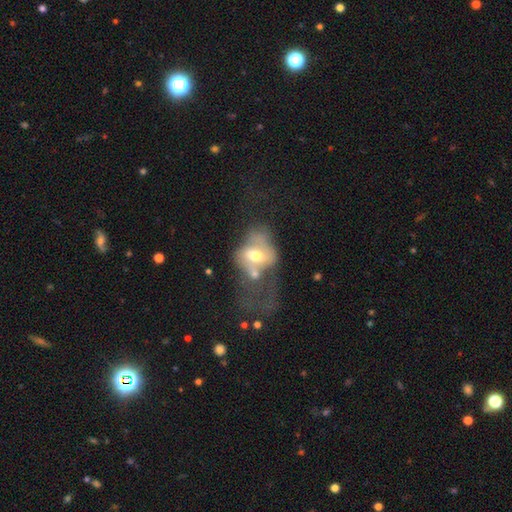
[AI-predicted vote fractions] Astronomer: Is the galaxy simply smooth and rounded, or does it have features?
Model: featured or disk — 51% (runner-up: smooth, 39%).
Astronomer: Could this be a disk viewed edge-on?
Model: no — 91%.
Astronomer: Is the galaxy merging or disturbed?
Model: major disturbance — 43% (runner-up: merger, 32%).